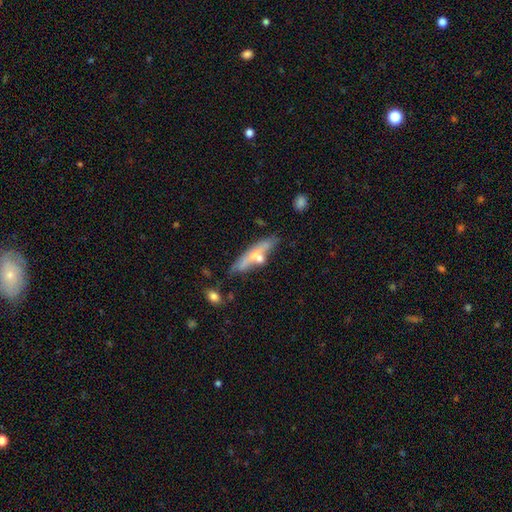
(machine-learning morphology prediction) This appears to be a featured or disk galaxy (47%). Merging: none (58%).